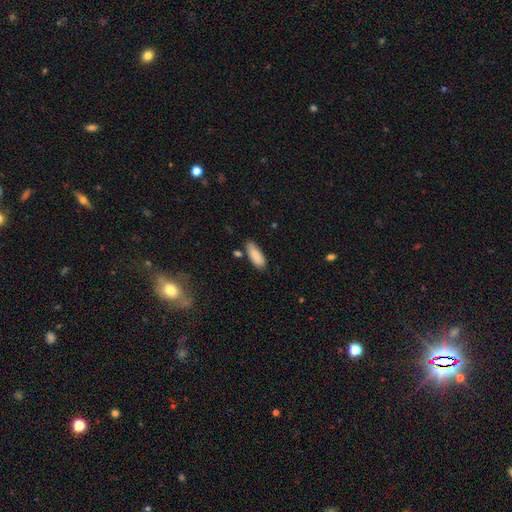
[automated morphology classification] A smooth galaxy with no disk features (87%) that is in between round and cigar-shaped (71%). Merging: none (69%).